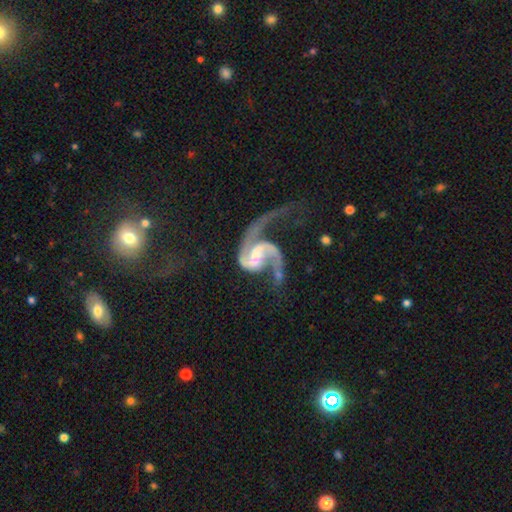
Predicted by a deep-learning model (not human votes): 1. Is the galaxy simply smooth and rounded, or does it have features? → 92% featured or disk, 4% star or artifact, 4% smooth.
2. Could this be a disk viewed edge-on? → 98% no, 2% yes.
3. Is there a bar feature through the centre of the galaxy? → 47% weak, 31% no, 22% strong.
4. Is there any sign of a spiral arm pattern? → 97% yes, 3% no.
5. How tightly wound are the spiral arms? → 61% loose, 32% medium, 7% tight.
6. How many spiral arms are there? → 88% 2, 6% 1, 2% can't tell, 2% 3, 1% 4, 1% more than 4.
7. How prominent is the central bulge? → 48% small, 39% moderate, 8% none, 4% large, 1% dominant.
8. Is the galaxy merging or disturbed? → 41% major disturbance, 37% none, 15% minor disturbance, 7% merger.